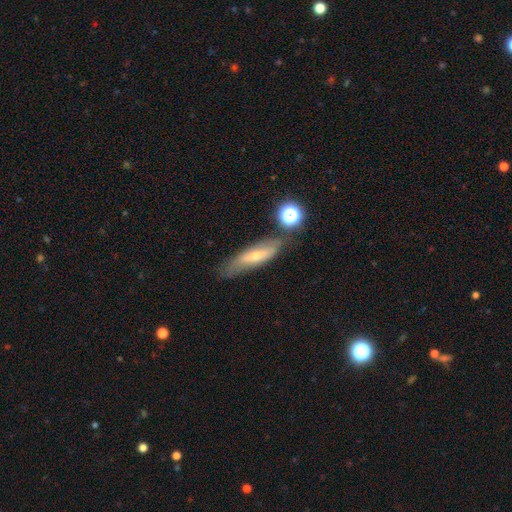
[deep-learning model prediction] Overall: smooth (47%; featured or disk 44%). Merging: none (64%).